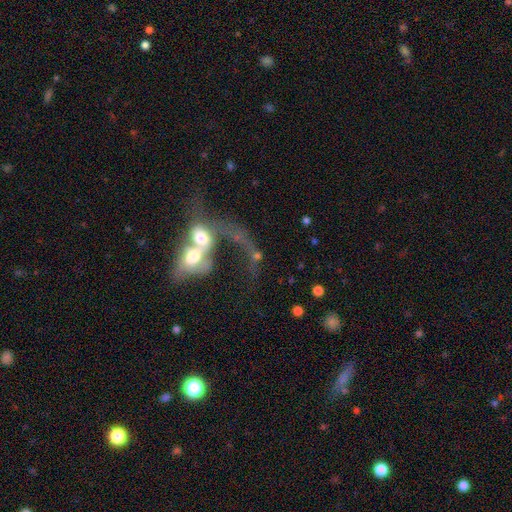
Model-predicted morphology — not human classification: This is possibly a featured or disk galaxy (50%). Merging: likely merger (78%).